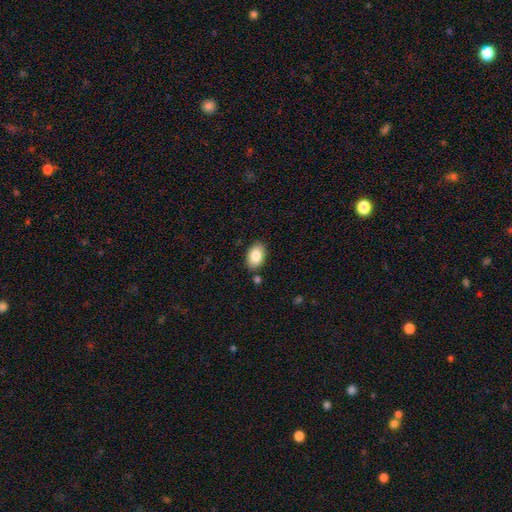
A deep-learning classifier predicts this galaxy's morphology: Smooth or featured? smooth (84%)
How rounded? in between (90%)
Merging? none (83%)